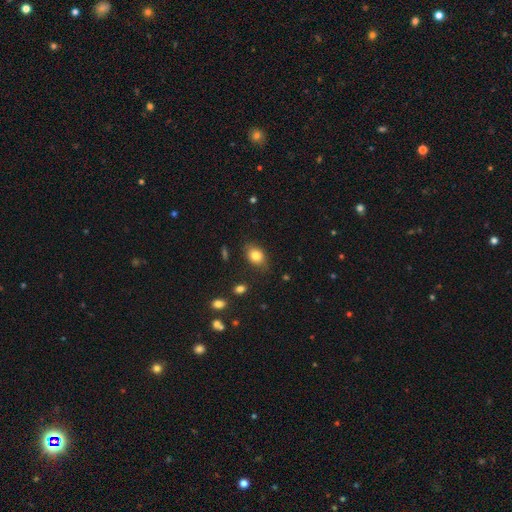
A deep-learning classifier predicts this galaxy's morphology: Overall: smooth (82%). How rounded: in between (79%). Merging: none (78%).